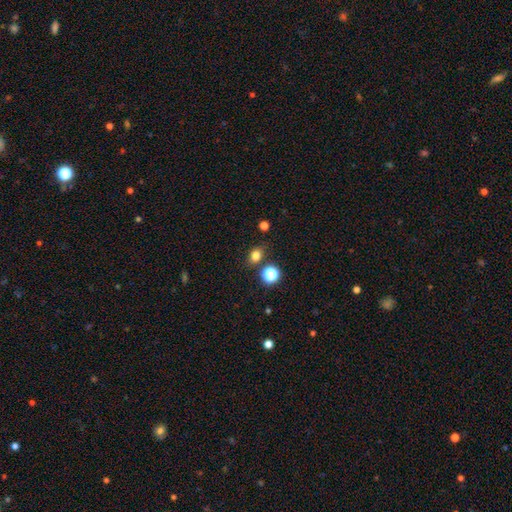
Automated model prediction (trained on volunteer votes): Overall: smooth (78%). How rounded: round (54%; in between 45%). Merging: none (77%).